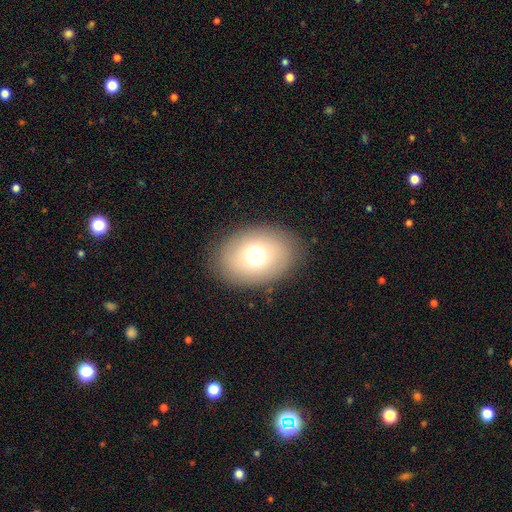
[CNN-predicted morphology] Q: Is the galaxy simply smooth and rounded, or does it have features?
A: smooth — 70%.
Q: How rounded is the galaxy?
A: in between — 68%.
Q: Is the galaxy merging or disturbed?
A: none — 85%.